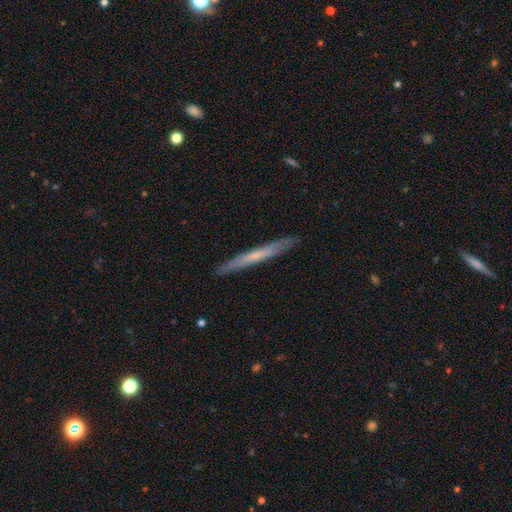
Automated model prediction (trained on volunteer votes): The model was most divided on "smooth or featured": smooth: 49%, featured or disk: 45%, star or artifact: 6%. More confident: merging — none (90%).